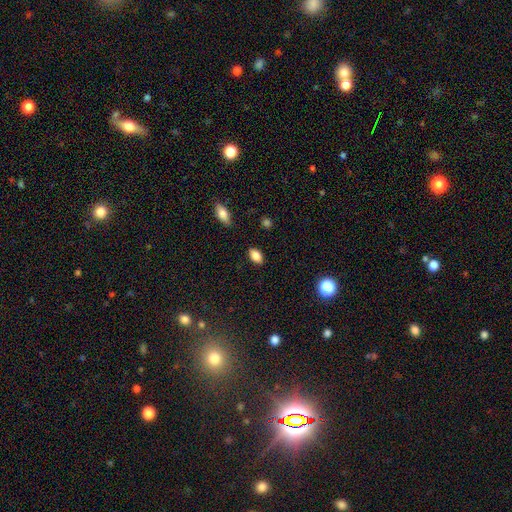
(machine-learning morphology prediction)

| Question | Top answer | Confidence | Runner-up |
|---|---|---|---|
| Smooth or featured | smooth | 85% | star or artifact (9%) |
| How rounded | in between | 89% | round (8%) |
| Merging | none | 87% | minor disturbance (9%) |